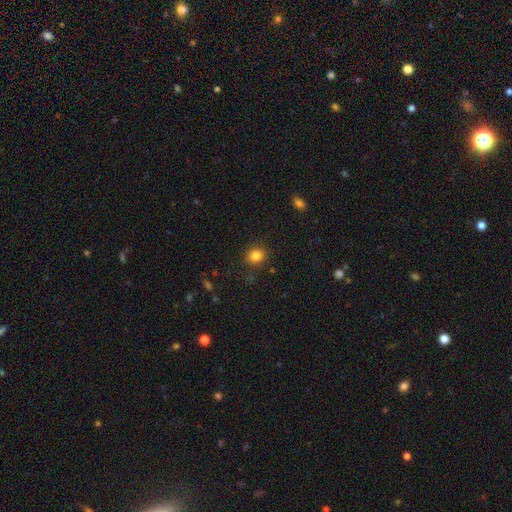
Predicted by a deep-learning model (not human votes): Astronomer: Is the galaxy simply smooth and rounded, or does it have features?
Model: smooth — 84%.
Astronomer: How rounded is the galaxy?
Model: round — 66%.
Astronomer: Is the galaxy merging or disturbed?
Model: none — 87%.